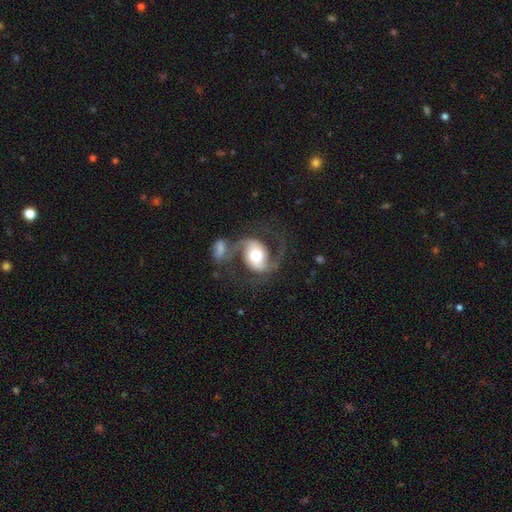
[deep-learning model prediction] featured or disk 80%, smooth 15%, star or artifact 5%. Down the decision tree: edge-on disk — no (97%); bar — no (45%); spiral arms — yes (92%); spiral arm count — 2 (89%); spiral winding — medium (47%); bulge size — moderate (58%); merging — none (50%).